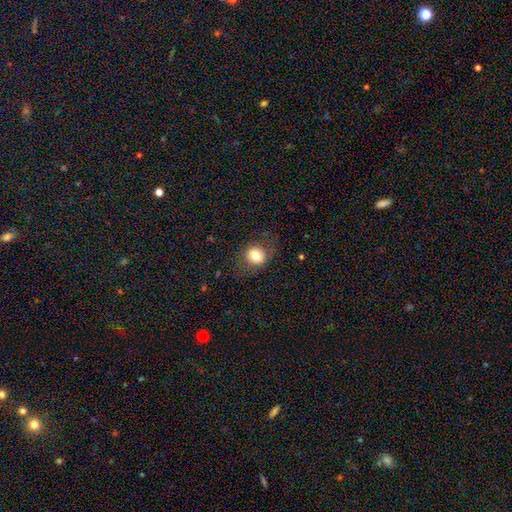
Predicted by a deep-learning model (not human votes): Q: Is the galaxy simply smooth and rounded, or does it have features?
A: smooth — 78%.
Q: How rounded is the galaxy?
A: round — 76%.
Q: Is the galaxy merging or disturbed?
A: none — 79%.